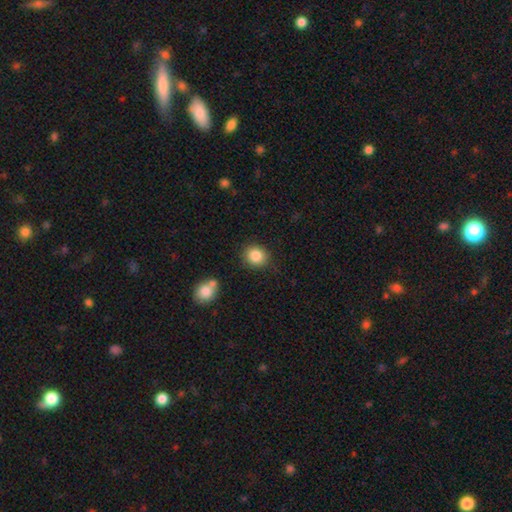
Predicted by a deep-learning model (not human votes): A smooth galaxy with no disk features (86%) that is round (82%). Merging: none (84%).